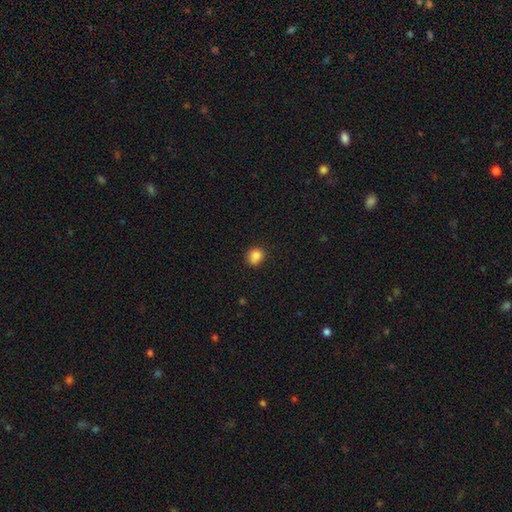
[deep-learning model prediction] smooth 84%, star or artifact 11%, featured or disk 5%. Down the decision tree: how rounded — round (78%); merging — none (73%).